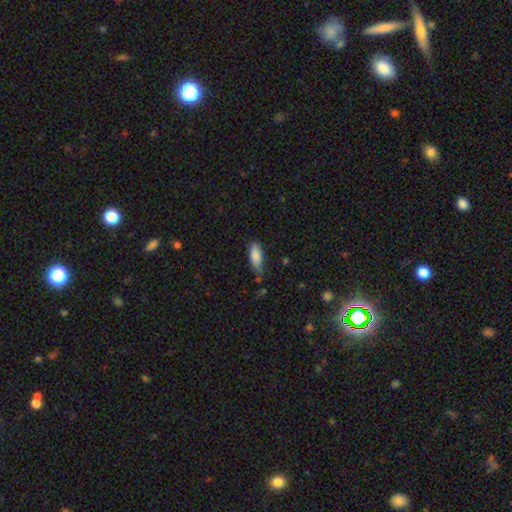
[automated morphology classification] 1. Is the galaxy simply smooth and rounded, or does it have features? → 86% smooth, 7% featured or disk, 7% star or artifact.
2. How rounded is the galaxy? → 72% in between, 26% cigar-shaped, 2% round.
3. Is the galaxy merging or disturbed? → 58% none, 31% minor disturbance, 6% major disturbance, 4% merger.